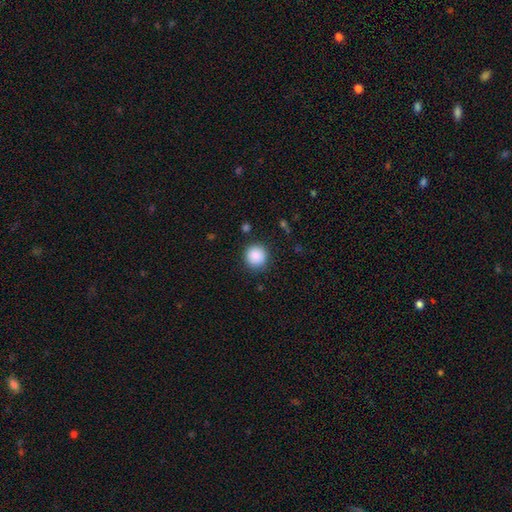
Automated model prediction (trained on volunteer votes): This appears to be a smooth galaxy with no disk features (88%) that is round (94%). Merging: none (89%).